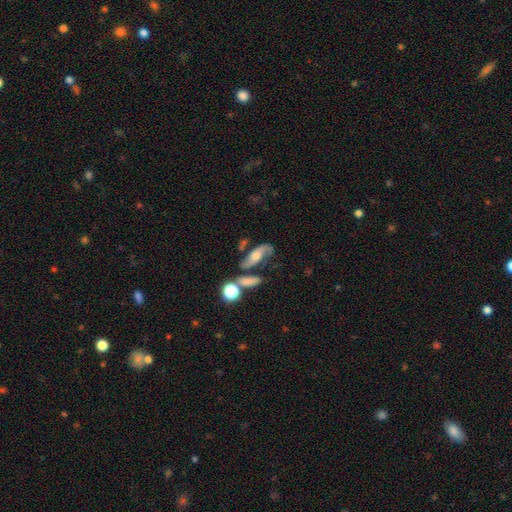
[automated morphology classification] featured or disk 70%, smooth 20%, star or artifact 10%. Down the decision tree: edge-on disk — no (87%); bar — no (57%); spiral arms — yes (92%); spiral arm count — 2 (89%); spiral winding — loose (52%); bulge size — moderate (47%); merging — none (52%).